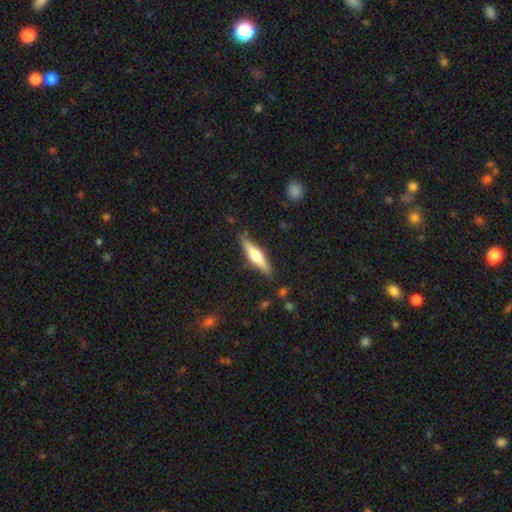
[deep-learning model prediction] Overall: featured or disk (56%; smooth 39%). Edge-on disk: yes (96%). Edge-on bulge: rounded (89%). Merging: none (86%).